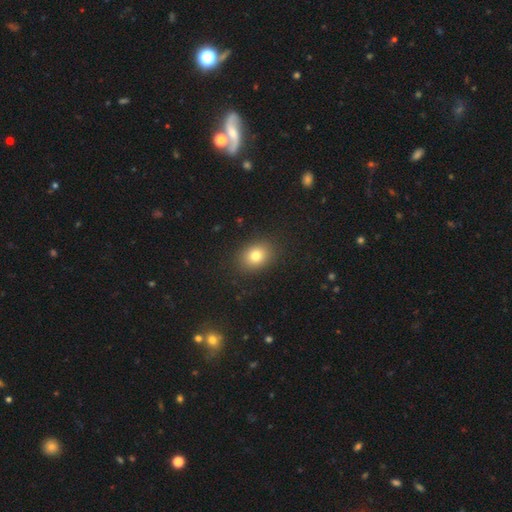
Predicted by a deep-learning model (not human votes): smooth-or-featured: smooth: 78% | star or artifact: 12% | featured or disk: 10%
  how-rounded: in between: 53% | round: 46% | cigar-shaped: 1%
  merging: none: 88% | minor disturbance: 8% | major disturbance: 3% | merger: 1%